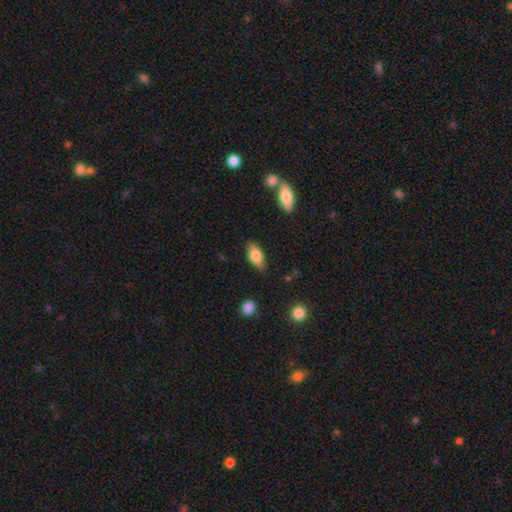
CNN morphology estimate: smooth 76%, featured or disk 17%, star or artifact 7%. Down the decision tree: how rounded — in between (88%); merging — none (83%).